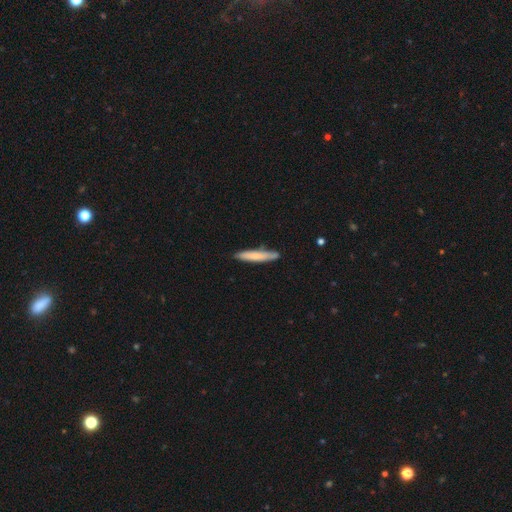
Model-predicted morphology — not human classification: The model was most divided on "smooth or featured": smooth: 74%, featured or disk: 21%, star or artifact: 5%. More confident: how rounded — cigar-shaped (93%); merging — none (83%).